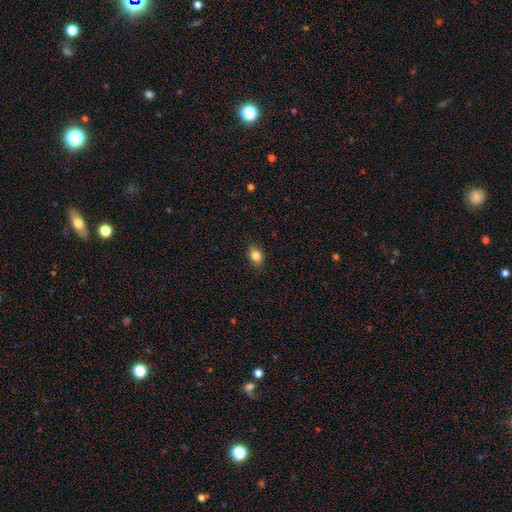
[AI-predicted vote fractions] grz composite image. It shows a smooth galaxy with no disk features (83%) that is in between round and cigar-shaped (65%). Merging: none (85%).